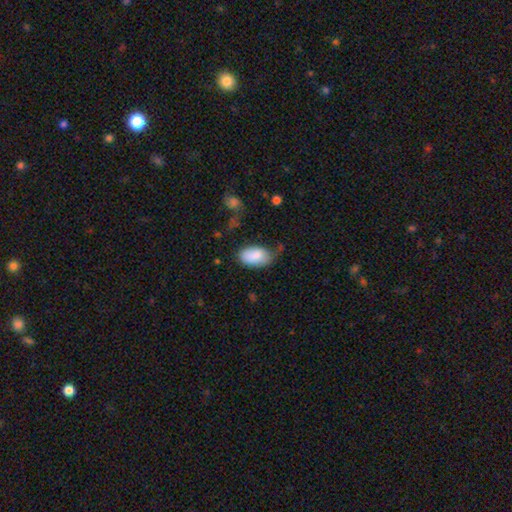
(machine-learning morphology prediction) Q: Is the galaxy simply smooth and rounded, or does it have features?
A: smooth — 86%.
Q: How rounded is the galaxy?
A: in between — 95%.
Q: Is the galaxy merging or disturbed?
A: none — 54%.